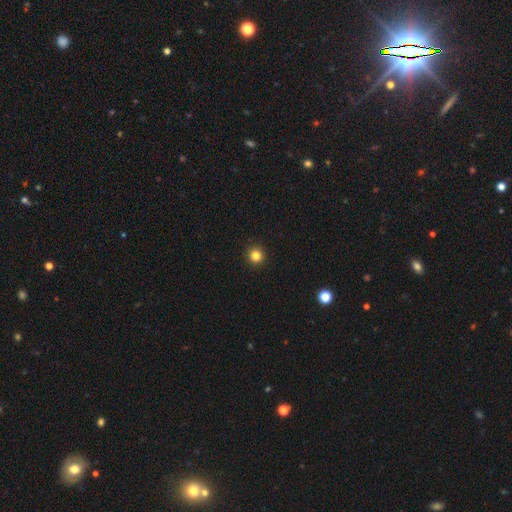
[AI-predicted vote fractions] smooth 84%, star or artifact 12%, featured or disk 4%. Down the decision tree: how rounded — round (94%); merging — none (94%).